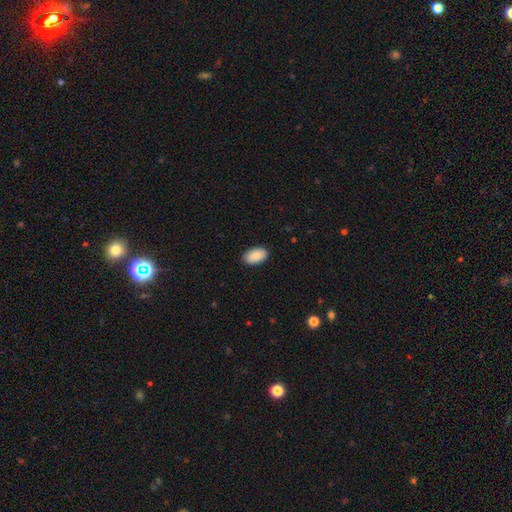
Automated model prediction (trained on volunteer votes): Smooth or featured: smooth — 89% (star or artifact — 6%)
How rounded: in between — 95% (round — 4%)
Merging: none — 90% (minor disturbance — 7%)